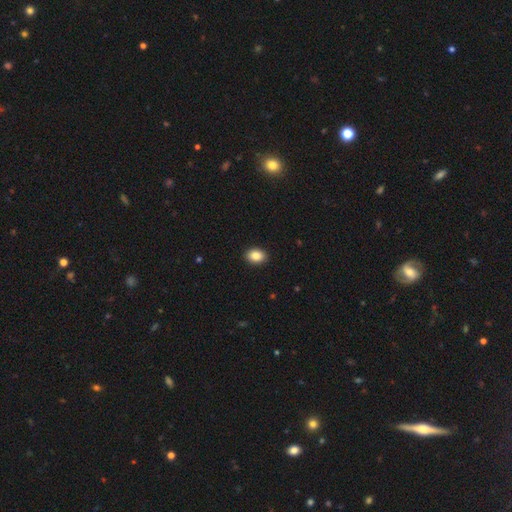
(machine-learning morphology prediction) smooth 87%, star or artifact 8%, featured or disk 5%. Down the decision tree: how rounded — in between (75%); merging — none (91%).